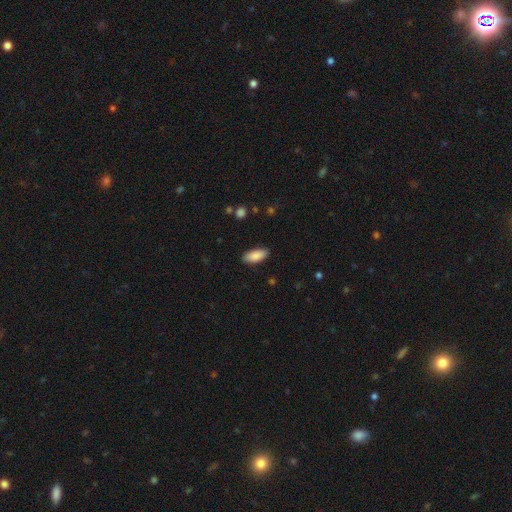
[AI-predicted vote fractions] smooth 88%, star or artifact 6%, featured or disk 6%. Down the decision tree: how rounded — in between (87%); merging — none (86%).